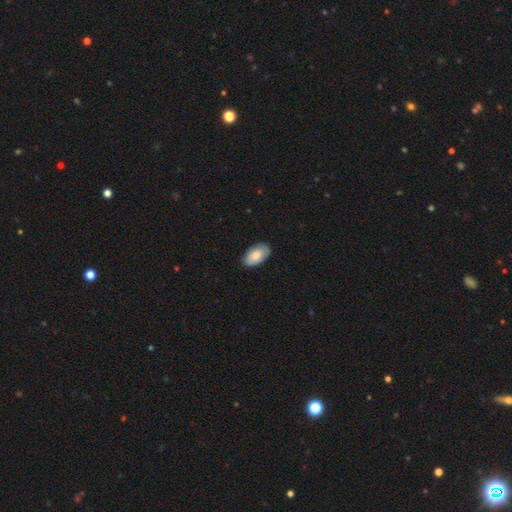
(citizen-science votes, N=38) smooth_or_featured: smooth (p=0.89) [alt: featured or disk p=0.05]
how_rounded: in between (p=0.97) [alt: round p=0.03]
merging: none (p=0.89) [alt: minor disturbance p=0.08]